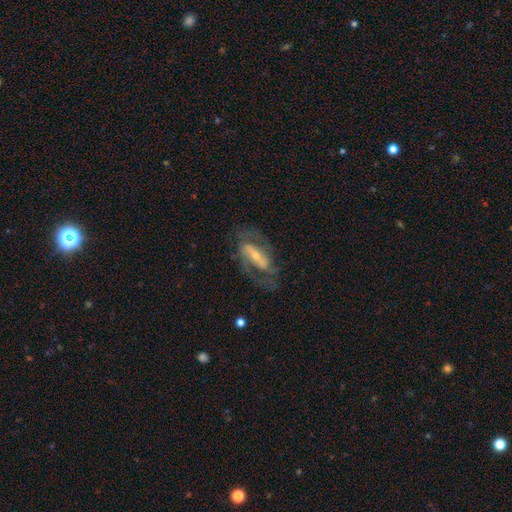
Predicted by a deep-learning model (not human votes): Smooth or featured? featured or disk (82%)
Edge-on disk? no (92%)
Bar? strong (51%)
Spiral arms? yes (86%)
Spiral winding? medium (51%)
Spiral arm count? 2 (83%)
Bulge size? small (57%)
Merging? none (69%)